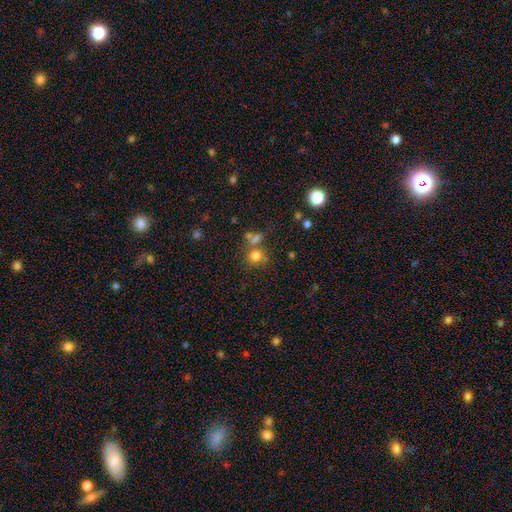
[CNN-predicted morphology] Smooth or featured? Predicted: smooth (p=0.75). How rounded? Predicted: round (p=0.85). Merging? Predicted: none (p=0.59).